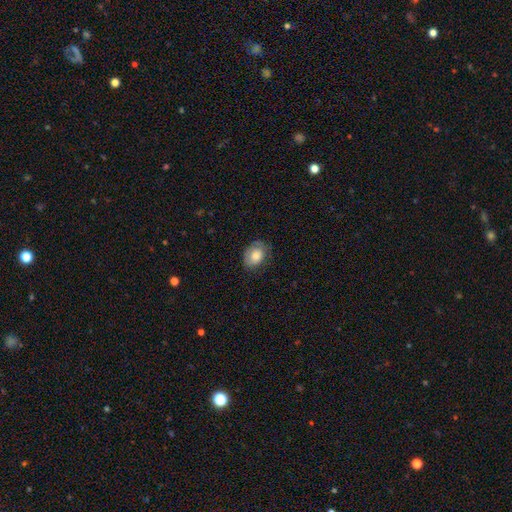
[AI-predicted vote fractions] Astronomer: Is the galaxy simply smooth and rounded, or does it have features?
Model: smooth — 75%.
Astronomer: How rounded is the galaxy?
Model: in between — 70%.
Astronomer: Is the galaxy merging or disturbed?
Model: none — 67%.